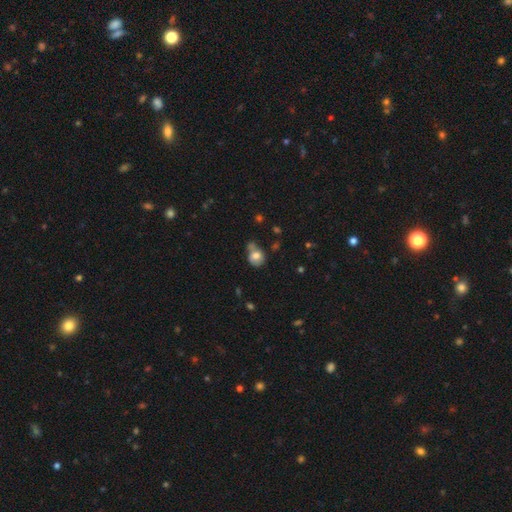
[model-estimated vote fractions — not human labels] This is likely a smooth galaxy (70%). How rounded: possibly in between (50%). Merging: marginally none (35%).